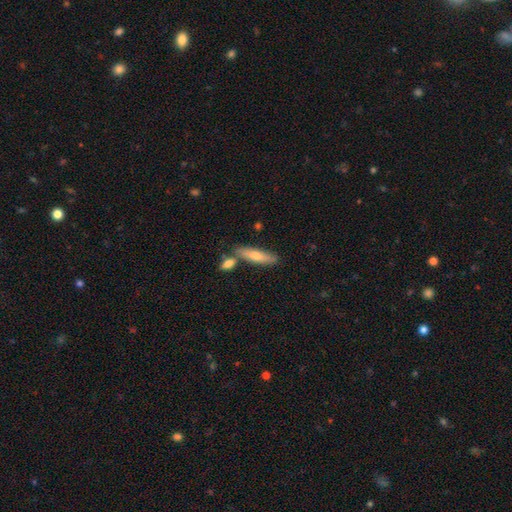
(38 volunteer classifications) Overall: smooth (50%; featured or disk 45%). How rounded: cigar-shaped (95%). Merging: none (75%).